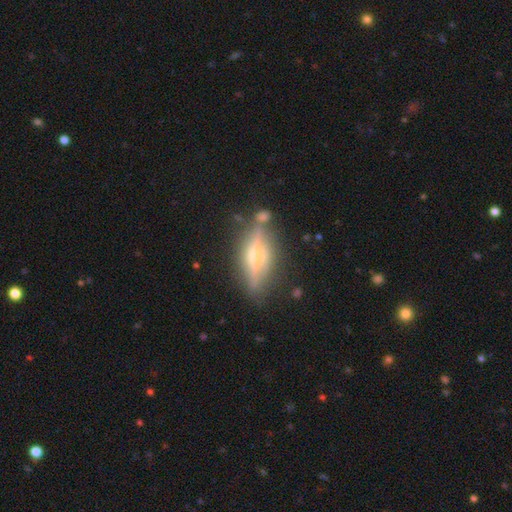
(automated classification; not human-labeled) A featured or disk galaxy (73%) viewed edge-on (90%) with a rounded central bulge (88%).

Vote fractions:
- Smooth or featured? featured or disk: 73% / smooth: 18% / star or artifact: 8%
- Edge-on disk? yes: 90% / no: 10%
- Edge-on bulge? rounded: 88% / boxy: 7% / none: 5%
- Merging? none: 73% / minor disturbance: 15% / merger: 6% / major disturbance: 5%